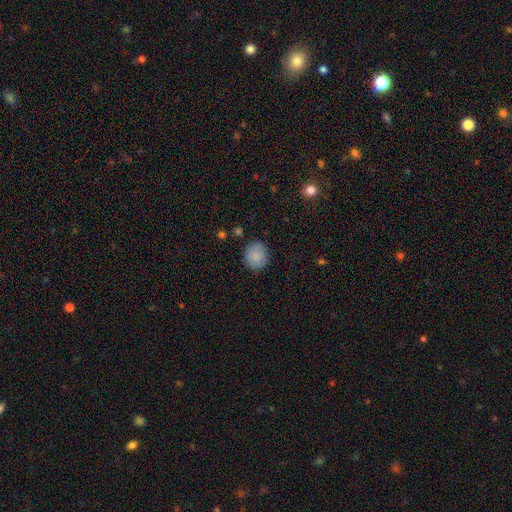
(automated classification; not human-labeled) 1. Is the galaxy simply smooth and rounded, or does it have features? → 84% smooth, 8% featured or disk, 8% star or artifact.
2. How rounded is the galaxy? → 81% round, 18% in between, 1% cigar-shaped.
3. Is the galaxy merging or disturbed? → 84% none, 12% minor disturbance, 3% major disturbance, 1% merger.